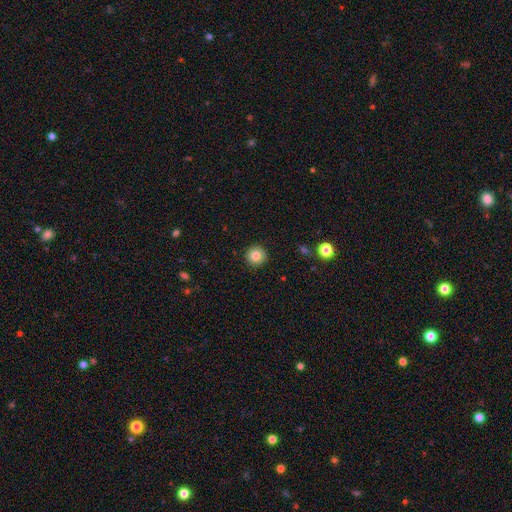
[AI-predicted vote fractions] Smooth or featured? Predicted: smooth (p=0.84). How rounded? Predicted: round (p=0.95). Merging? Predicted: none (p=0.91).